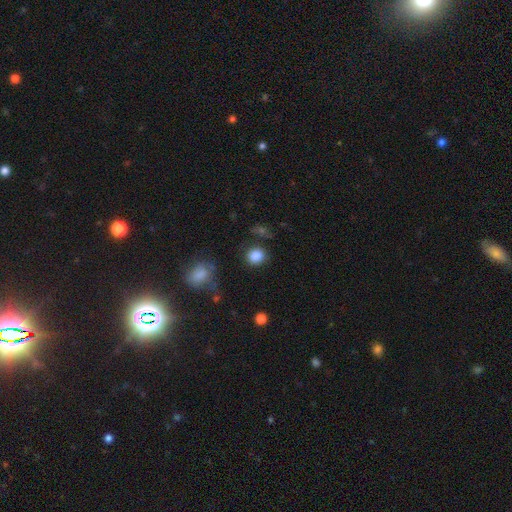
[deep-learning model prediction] Smooth or featured? Predicted: smooth (p=0.86). How rounded? Predicted: round (p=0.82). Merging? Predicted: none (p=0.81).